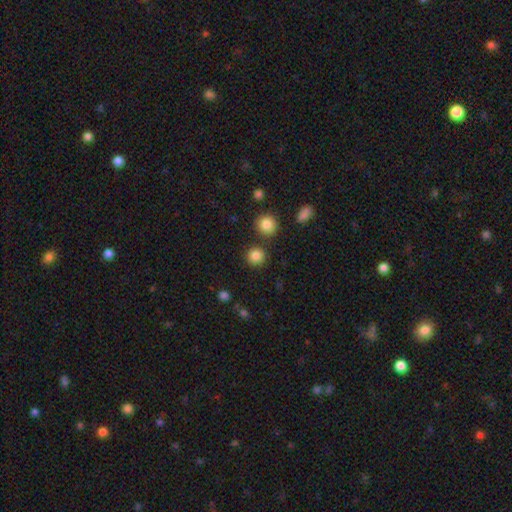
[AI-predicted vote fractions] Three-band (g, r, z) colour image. It shows a smooth galaxy with no disk features (85%) that is round (93%). Merging: none (86%).